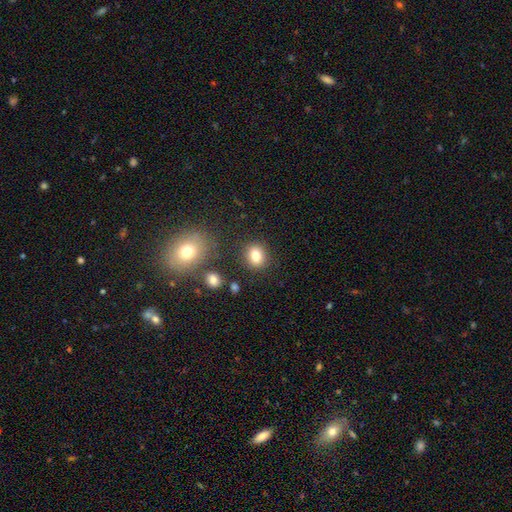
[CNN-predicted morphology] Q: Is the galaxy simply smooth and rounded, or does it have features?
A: smooth — 81%.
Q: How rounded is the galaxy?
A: round — 64%.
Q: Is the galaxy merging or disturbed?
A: none — 84%.